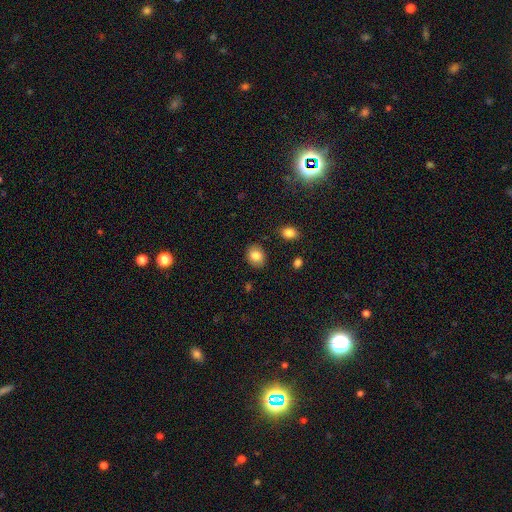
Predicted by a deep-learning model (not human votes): smooth 83%, star or artifact 8%, featured or disk 8%. Down the decision tree: how rounded — in between (52%); merging — none (86%).